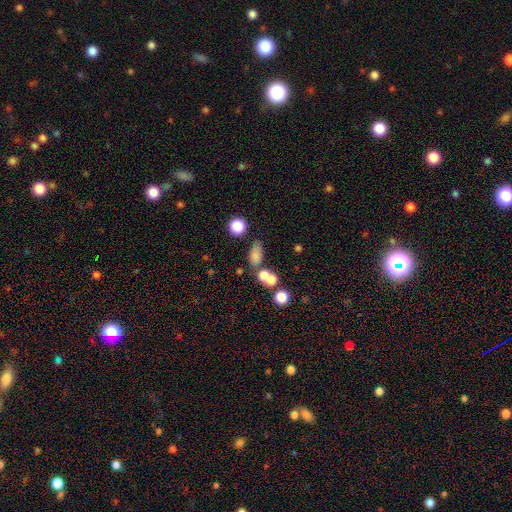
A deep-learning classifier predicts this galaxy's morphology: smooth-or-featured: smooth: 72% | star or artifact: 15% | featured or disk: 12%
  how-rounded: in between: 70% | round: 21% | cigar-shaped: 10%
  merging: none: 49% | merger: 29% | minor disturbance: 15% | major disturbance: 8%